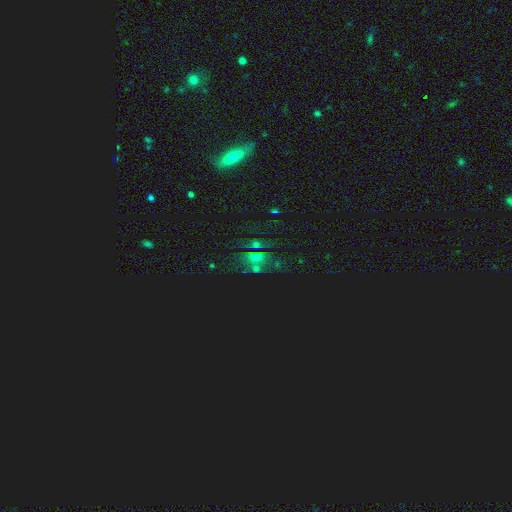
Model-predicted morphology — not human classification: smooth_or_featured: star or artifact (p=0.51) [alt: featured or disk p=0.27]